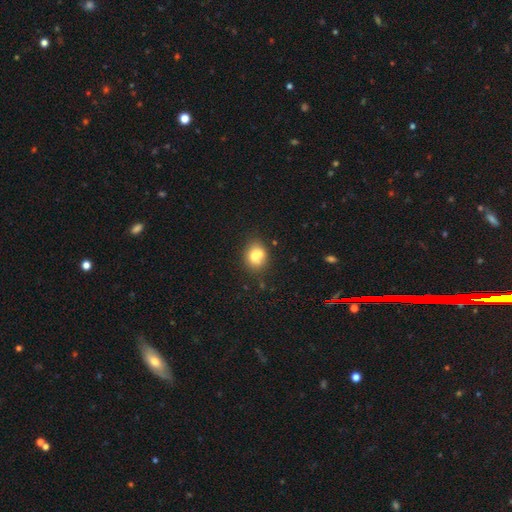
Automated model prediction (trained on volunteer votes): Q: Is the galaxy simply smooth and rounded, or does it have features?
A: smooth — 68%.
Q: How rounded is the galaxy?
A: round — 62%.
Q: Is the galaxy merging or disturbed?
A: none — 47%.